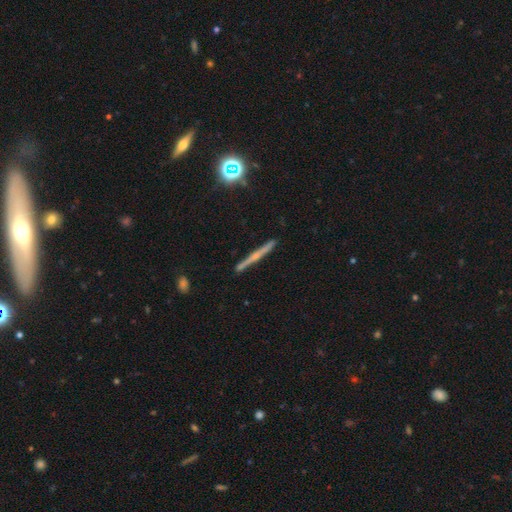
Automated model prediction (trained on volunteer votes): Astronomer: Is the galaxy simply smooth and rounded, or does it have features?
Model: featured or disk — 62%.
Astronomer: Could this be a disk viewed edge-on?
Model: yes — 97%.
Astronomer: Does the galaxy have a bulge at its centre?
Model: none — 46% (runner-up: rounded, 44%).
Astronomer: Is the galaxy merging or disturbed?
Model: none — 88%.